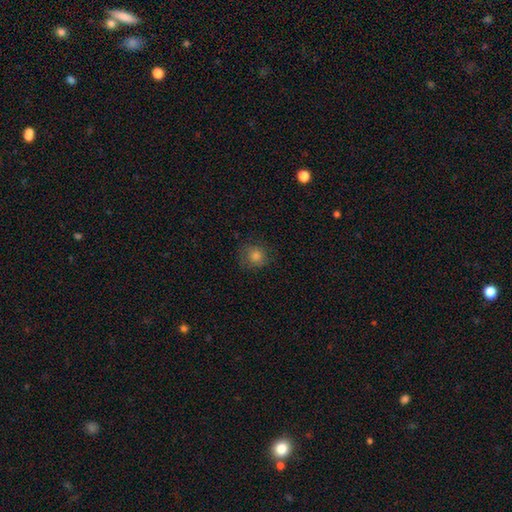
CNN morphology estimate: Smooth or featured?
  - smooth: 74% *
  - star or artifact: 15%
  - featured or disk: 11%
How rounded?
  - round: 87% *
  - in between: 12%
  - cigar-shaped: 1%
Merging?
  - none: 80% *
  - minor disturbance: 14%
  - major disturbance: 5%
  - merger: 1%